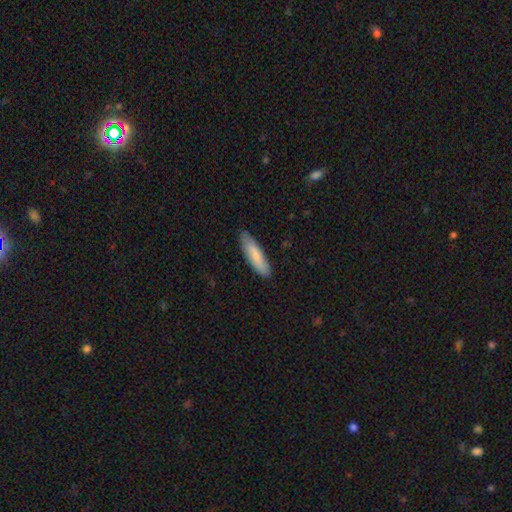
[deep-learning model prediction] A smooth galaxy with no disk features (80%) that is cigar-shaped (68%).

Vote fractions:
- Smooth or featured? smooth: 80% / featured or disk: 15% / star or artifact: 5%
- How rounded? cigar-shaped: 68% / in between: 31% / round: 1%
- Merging? none: 84% / minor disturbance: 13% / major disturbance: 2% / merger: 1%